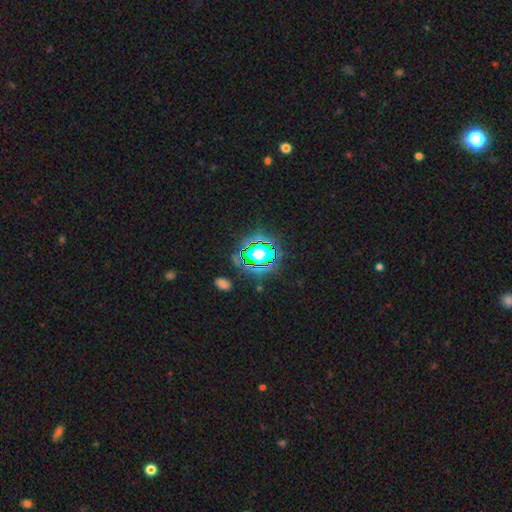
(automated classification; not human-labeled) Smooth or featured: star or artifact — 76% (smooth — 15%)